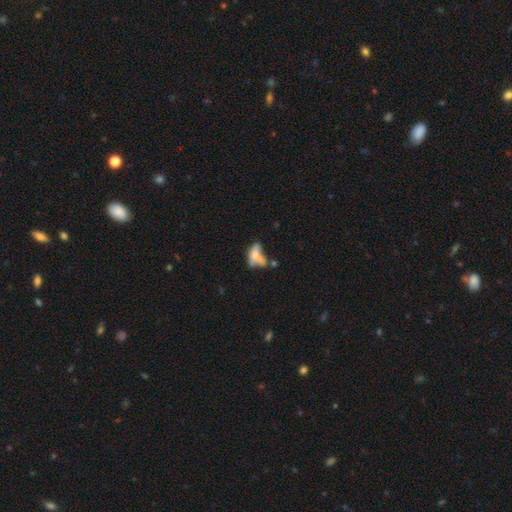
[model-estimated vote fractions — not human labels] A smooth galaxy with no disk features (51%) that is in between round and cigar-shaped (76%).

Vote fractions:
- Smooth or featured? smooth: 51% / featured or disk: 36% / star or artifact: 13%
- How rounded? in between: 76% / cigar-shaped: 16% / round: 7%
- Merging? merger: 33% / major disturbance: 27% / none: 23% / minor disturbance: 17%